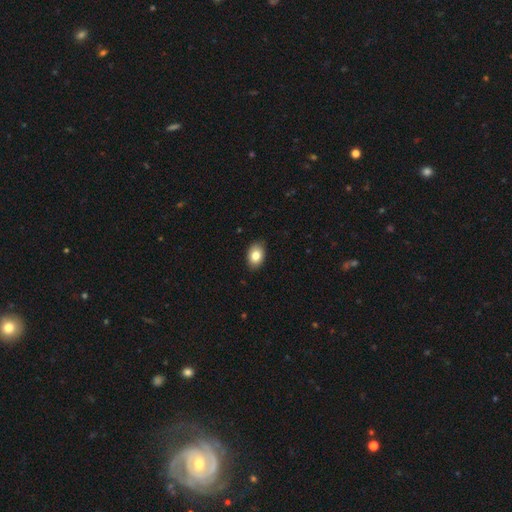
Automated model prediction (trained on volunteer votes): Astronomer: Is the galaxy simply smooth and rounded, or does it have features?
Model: smooth — 83%.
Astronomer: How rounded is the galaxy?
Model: in between — 83%.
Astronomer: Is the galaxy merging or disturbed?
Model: none — 87%.